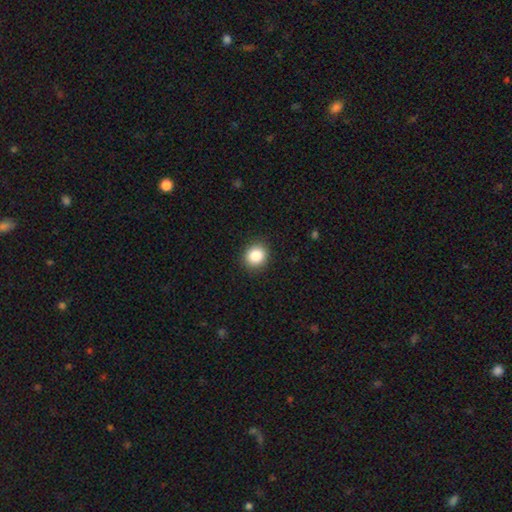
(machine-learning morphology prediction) Smooth or featured?
  - smooth: 87% *
  - star or artifact: 9%
  - featured or disk: 4%
How rounded?
  - round: 84% *
  - in between: 15%
  - cigar-shaped: 1%
Merging?
  - none: 91% *
  - minor disturbance: 6%
  - major disturbance: 2%
  - merger: 1%